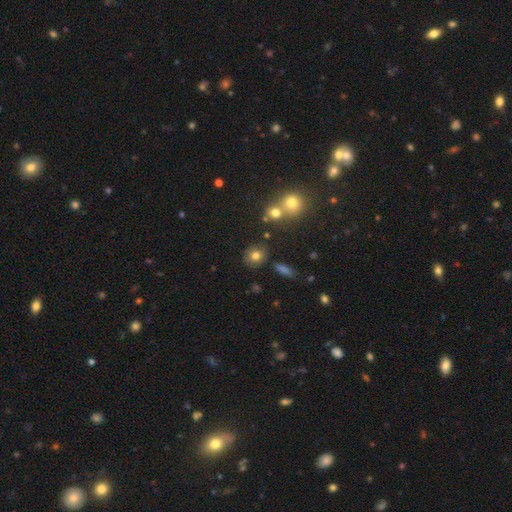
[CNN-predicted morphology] The model was most divided on "how rounded": round: 78%, in between: 20%, cigar-shaped: 1%. More confident: merging — none (81%); smooth or featured — smooth (77%).